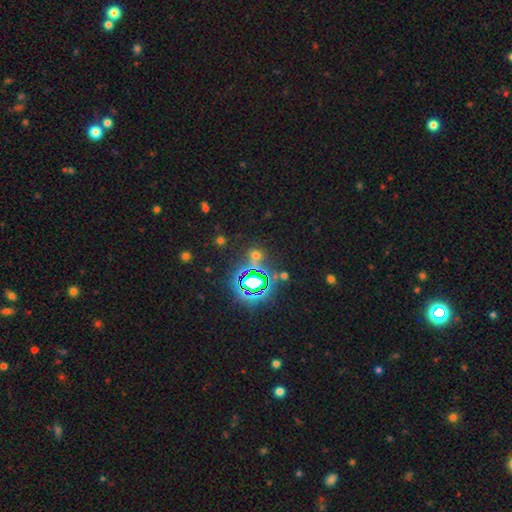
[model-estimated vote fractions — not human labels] A star or artifact, not a galaxy (58%).

Vote fractions:
- Smooth or featured? star or artifact: 58% / smooth: 34% / featured or disk: 8%